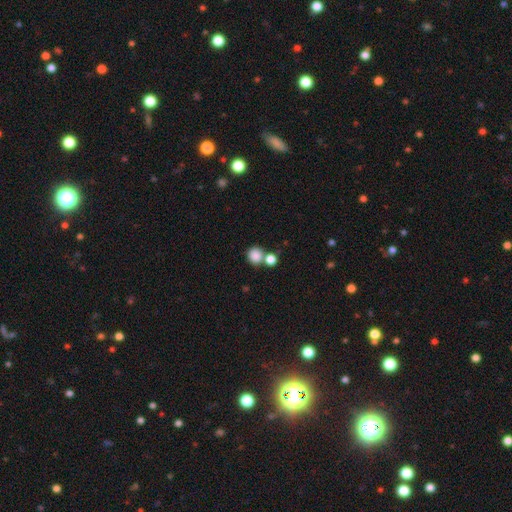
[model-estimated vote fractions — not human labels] This is clearly a smooth galaxy (85%). How rounded: clearly round (88%). Merging: possibly none (59%).